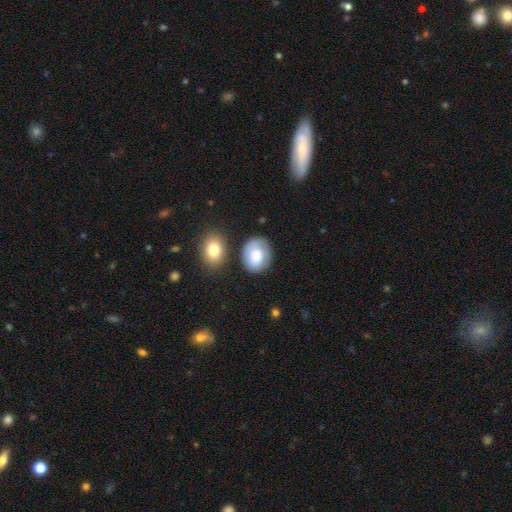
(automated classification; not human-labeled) Overall: smooth (68%). How rounded: in between (50%; round 49%). Merging: none (64%).